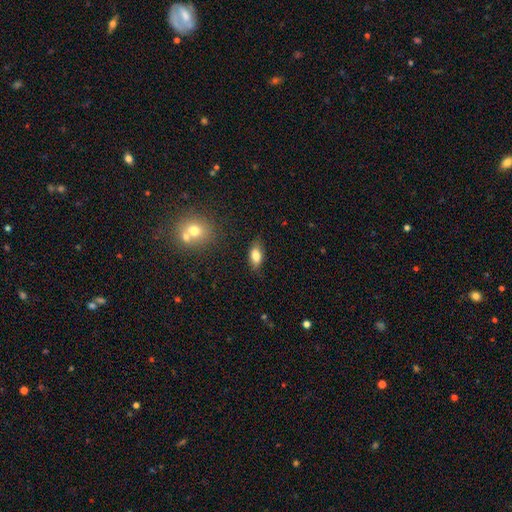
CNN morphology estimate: This is likely a smooth galaxy (80%). How rounded: clearly in between (86%). Merging: likely none (79%).